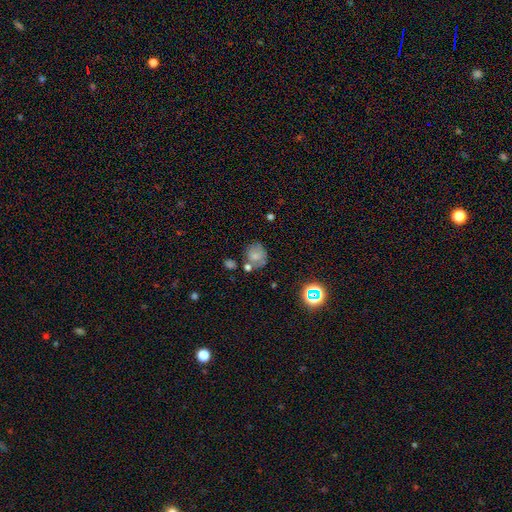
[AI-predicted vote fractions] smooth 66%, featured or disk 20%, star or artifact 14%. Down the decision tree: how rounded — round (74%); merging — none (54%).